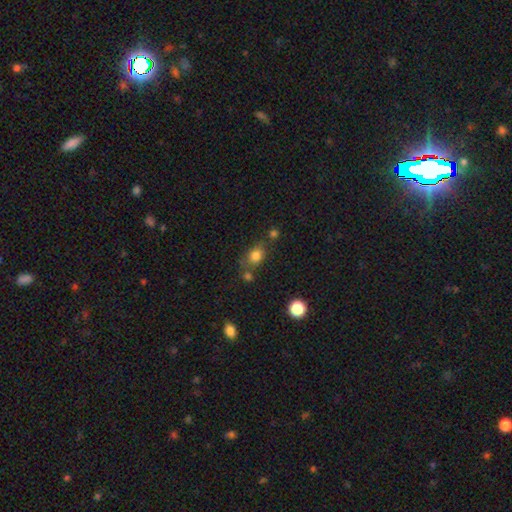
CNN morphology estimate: smooth 79%, star or artifact 13%, featured or disk 8%. Down the decision tree: how rounded — in between (53%); merging — none (58%).